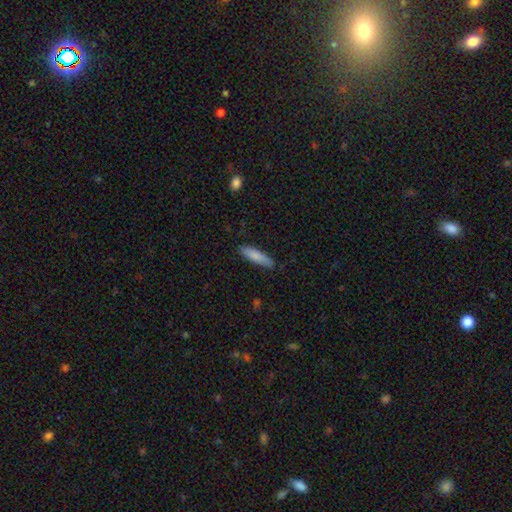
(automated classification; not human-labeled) The model was most divided on "how rounded": cigar-shaped: 72%, in between: 27%, round: 1%. More confident: merging — none (83%); smooth or featured — smooth (82%).